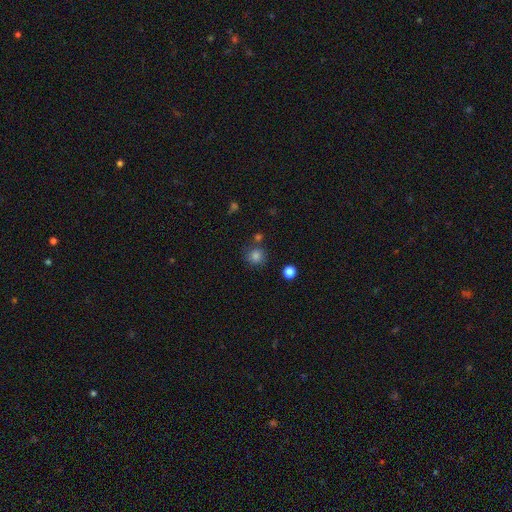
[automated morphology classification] The model was most divided on "merging": none: 78%, minor disturbance: 11%, merger: 8%, major disturbance: 4%. More confident: how rounded — round (92%); smooth or featured — smooth (82%).